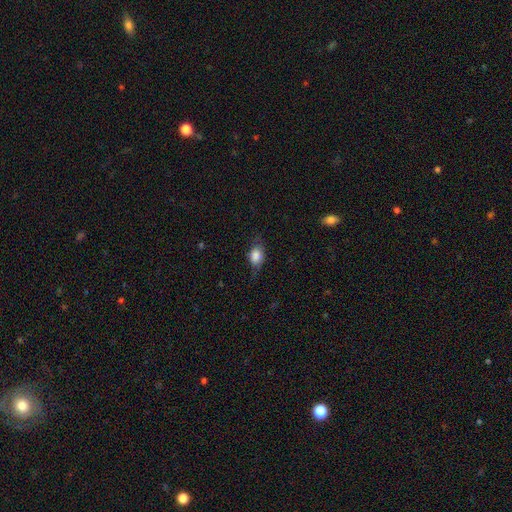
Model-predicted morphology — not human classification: smooth 75%, featured or disk 16%, star or artifact 8%. Down the decision tree: how rounded — in between (74%); merging — none (58%).